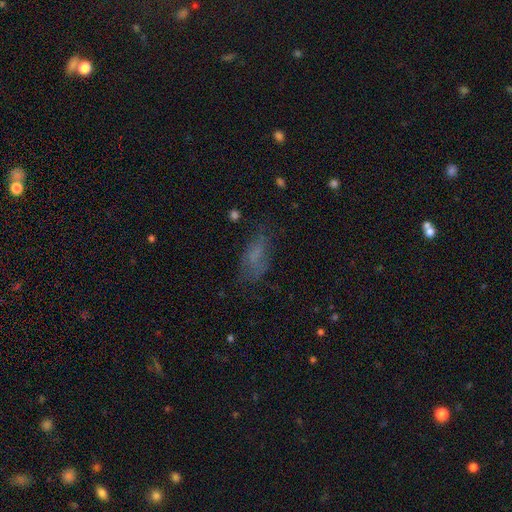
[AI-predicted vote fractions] Q: Smooth or featured?
A: smooth (58%); runner-up: featured or disk (25%)
Q: How rounded?
A: in between (79%); runner-up: cigar-shaped (16%)
Q: Merging?
A: none (53%); runner-up: minor disturbance (24%)